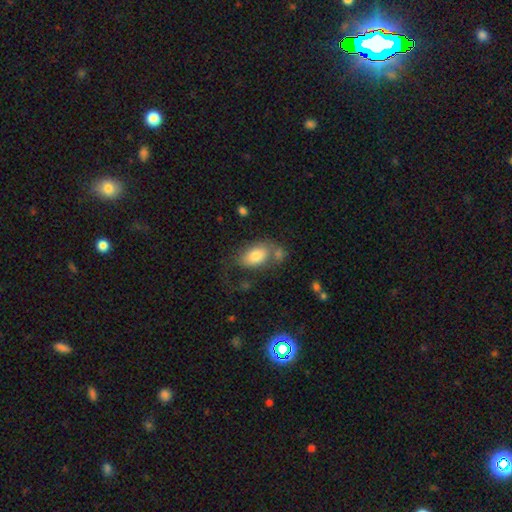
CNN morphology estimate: A smooth galaxy with no disk features (76%) that is in between round and cigar-shaped (90%).

Vote fractions:
- Smooth or featured? smooth: 76% / featured or disk: 17% / star or artifact: 7%
- How rounded? in between: 90% / round: 8% / cigar-shaped: 2%
- Merging? none: 46% / minor disturbance: 21% / merger: 18% / major disturbance: 16%